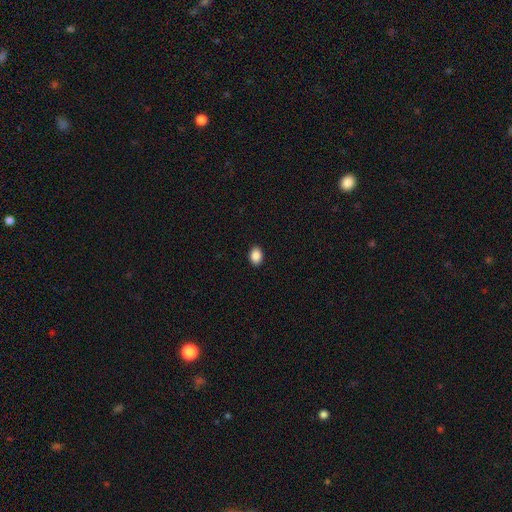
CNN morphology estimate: This appears to be a smooth galaxy with no disk features (89%) that is in between round and cigar-shaped (72%). Merging: none (91%).